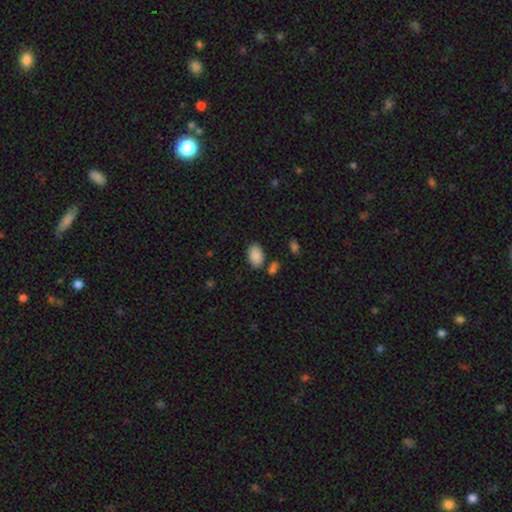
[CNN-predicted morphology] A smooth galaxy with no disk features (89%) that is in between round and cigar-shaped (92%).

Vote fractions:
- Smooth or featured? smooth: 89% / star or artifact: 7% / featured or disk: 4%
- How rounded? in between: 92% / round: 6% / cigar-shaped: 1%
- Merging? none: 77% / minor disturbance: 12% / merger: 7% / major disturbance: 4%